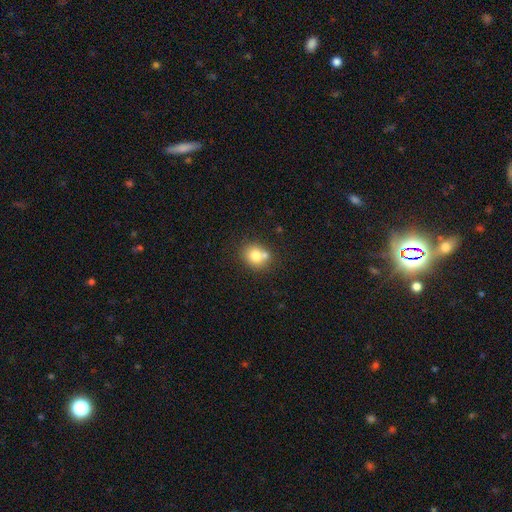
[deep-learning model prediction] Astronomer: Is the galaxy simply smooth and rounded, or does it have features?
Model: smooth — 75%.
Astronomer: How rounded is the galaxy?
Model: round — 74%.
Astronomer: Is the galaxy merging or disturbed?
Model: none — 56%.